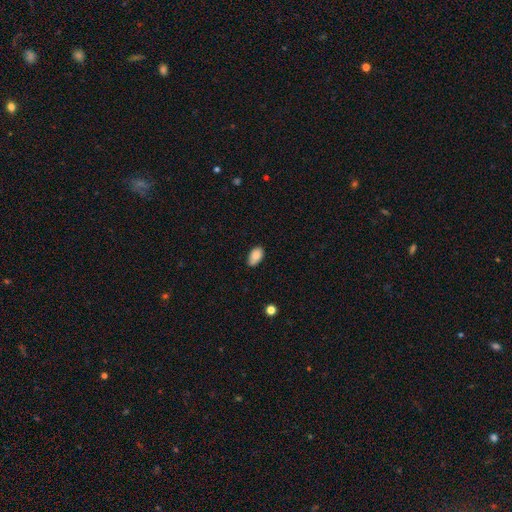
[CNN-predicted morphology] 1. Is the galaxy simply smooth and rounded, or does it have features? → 87% smooth, 8% star or artifact, 6% featured or disk.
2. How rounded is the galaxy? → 94% in between, 4% round, 2% cigar-shaped.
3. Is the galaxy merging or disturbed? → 79% none, 18% minor disturbance, 3% major disturbance, 1% merger.